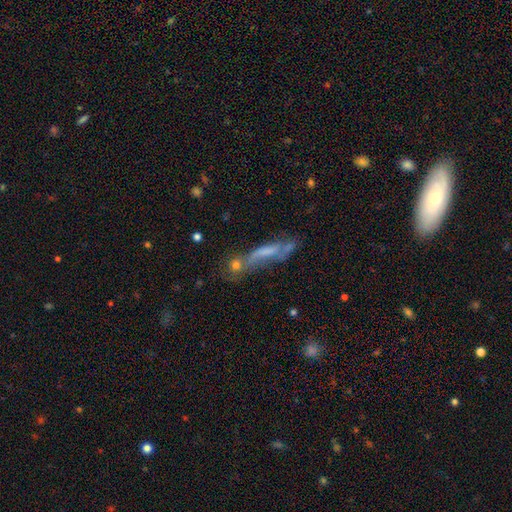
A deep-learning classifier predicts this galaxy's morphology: featured or disk 46%, smooth 33%, star or artifact 21%. Down the decision tree: merging — none (54%).